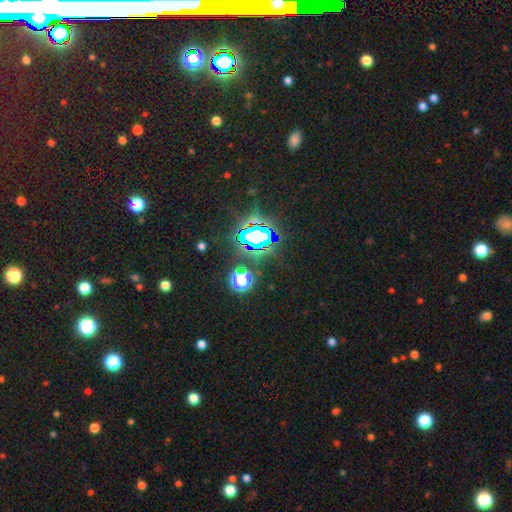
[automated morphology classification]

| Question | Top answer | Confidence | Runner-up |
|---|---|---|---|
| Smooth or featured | star or artifact | 82% | smooth (12%) |